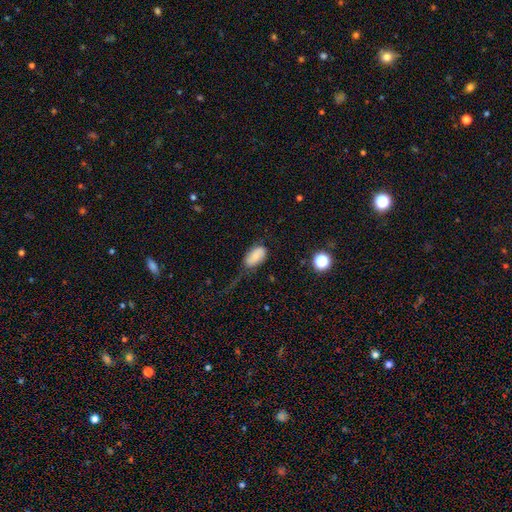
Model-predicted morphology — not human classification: type=smooth (68%); roundness=in between (93%); merging=none (48%).